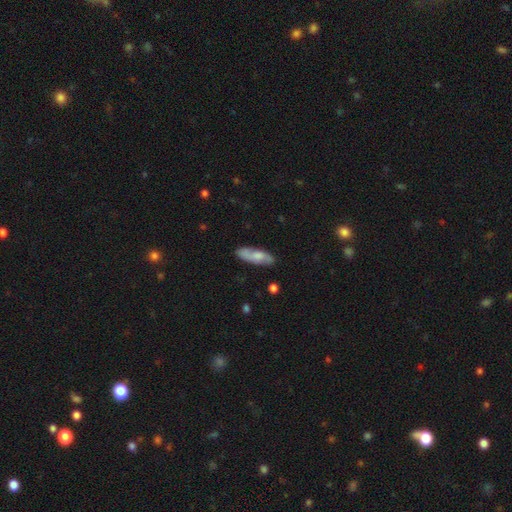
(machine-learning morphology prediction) smooth-or-featured: smooth: 55% | featured or disk: 39% | star or artifact: 6%
  how-rounded: in between: 52% | cigar-shaped: 46% | round: 2%
  merging: none: 80% | minor disturbance: 15% | major disturbance: 3% | merger: 2%